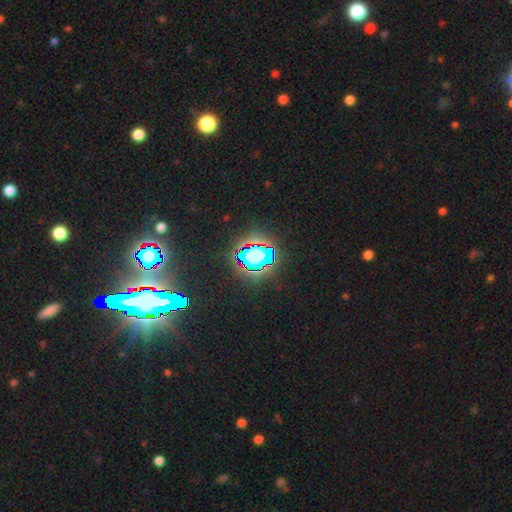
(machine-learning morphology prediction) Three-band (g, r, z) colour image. It shows a star or artifact, not a galaxy (67%).